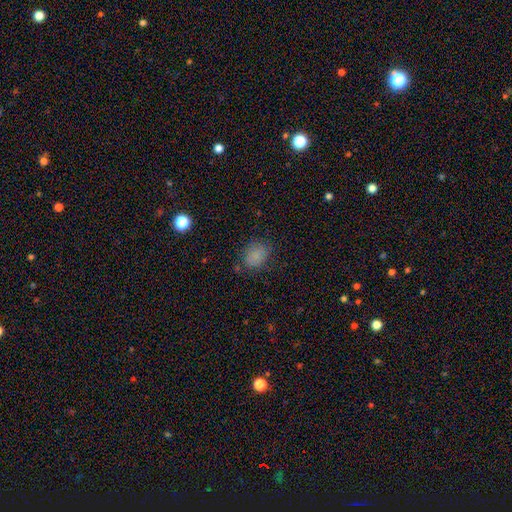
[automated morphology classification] Smooth or featured? smooth (82%)
How rounded? round (51%)
Merging? none (77%)